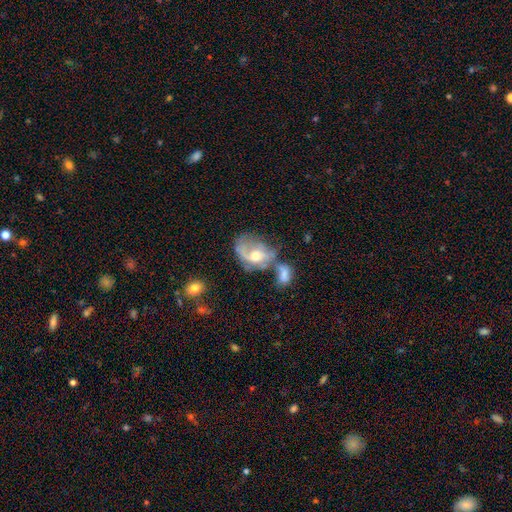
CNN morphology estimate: Smooth or featured? featured or disk (62%)
Edge-on disk? no (95%)
Bar? no (55%)
Spiral arms? yes (68%)
Bulge size? moderate (72%)
Merging? merger (38%)